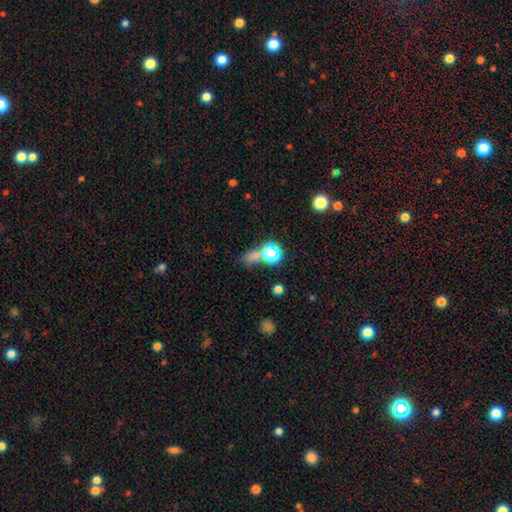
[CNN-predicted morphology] Q: Smooth or featured?
A: smooth (50%); runner-up: star or artifact (39%)
Q: How rounded?
A: round (63%); runner-up: in between (30%)
Q: Merging?
A: none (55%); runner-up: merger (27%)